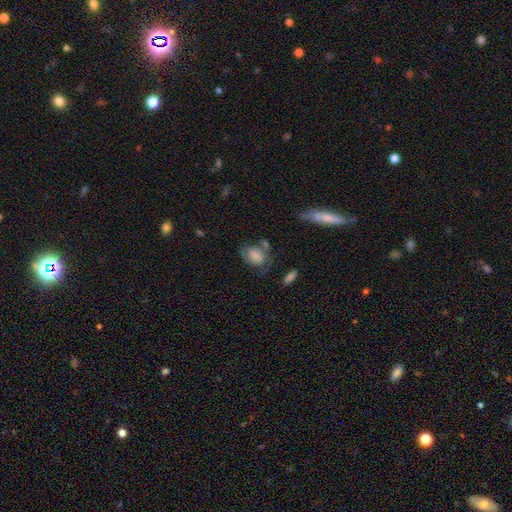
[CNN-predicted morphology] This is possibly a smooth galaxy (60%). How rounded: likely in between (69%). Merging: marginally none (45%).